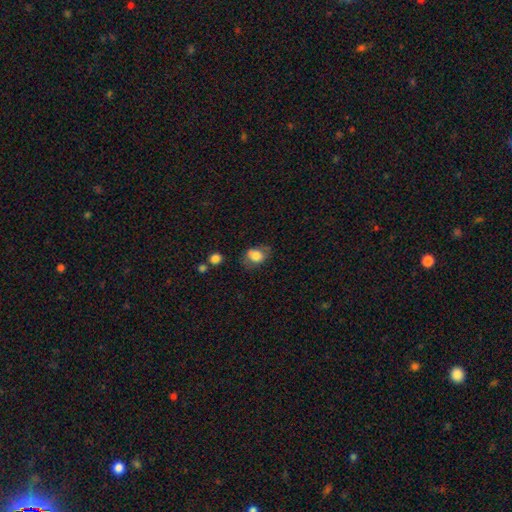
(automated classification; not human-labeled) Smooth or featured: smooth — 78% (featured or disk — 14%)
How rounded: in between — 58% (round — 41%)
Merging: none — 58% (minor disturbance — 28%)